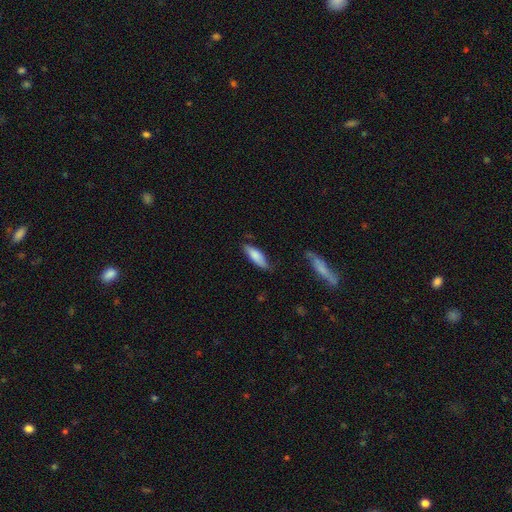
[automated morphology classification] Overall: smooth (78%). How rounded: cigar-shaped (49%, tied with in between). Merging: none (73%).